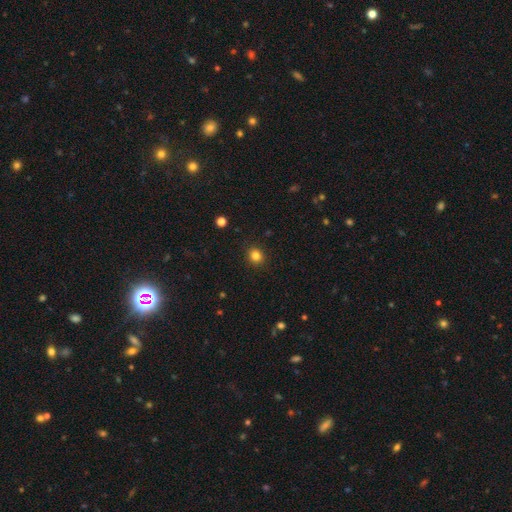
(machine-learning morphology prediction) Smooth or featured: smooth — 83% (star or artifact — 12%)
How rounded: round — 80% (in between — 20%)
Merging: none — 90% (minor disturbance — 7%)